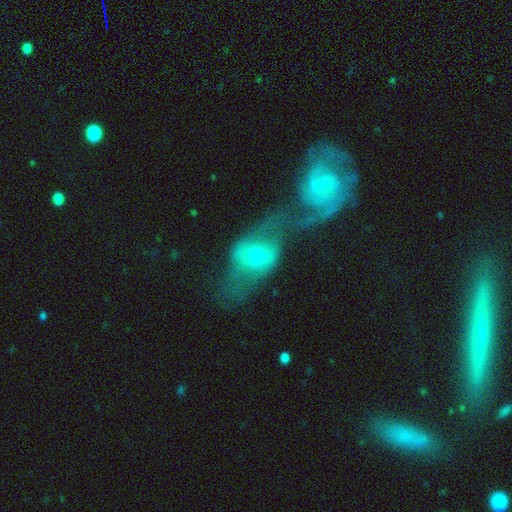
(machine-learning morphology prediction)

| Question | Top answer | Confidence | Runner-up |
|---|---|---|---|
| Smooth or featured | featured or disk | 61% | smooth (30%) |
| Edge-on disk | no | 91% | yes (9%) |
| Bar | no | 55% | weak (34%) |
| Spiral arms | yes | 70% | no (30%) |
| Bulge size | moderate | 47% | small (36%) |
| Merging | merger | 52% | major disturbance (20%) |